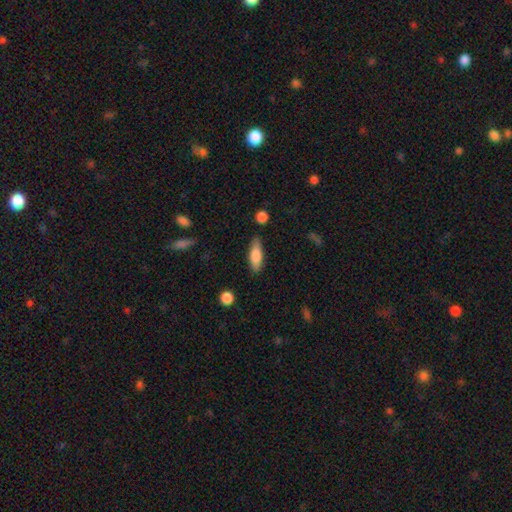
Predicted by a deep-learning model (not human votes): Q: Smooth or featured?
A: smooth (76%); runner-up: featured or disk (18%)
Q: How rounded?
A: in between (55%); runner-up: cigar-shaped (43%)
Q: Merging?
A: none (81%); runner-up: minor disturbance (13%)